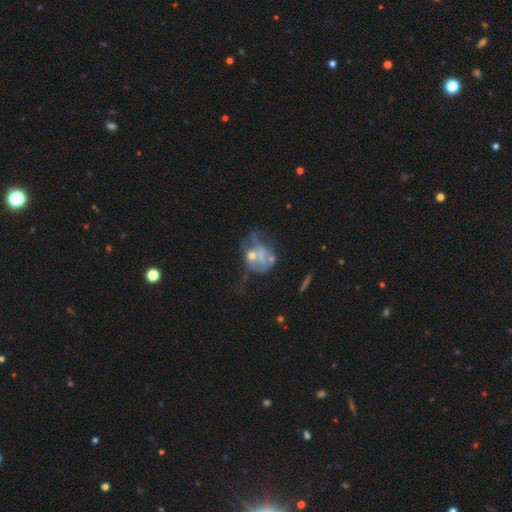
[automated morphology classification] The model was most divided on "bulge size": moderate: 40%, small: 35%, none: 18%, large: 5%, dominant: 2%. Remaining: edge-on disk — no (97%); bar — no (84%); spiral arms — no (80%); smooth or featured — featured or disk (53%); merging — major disturbance (39%).